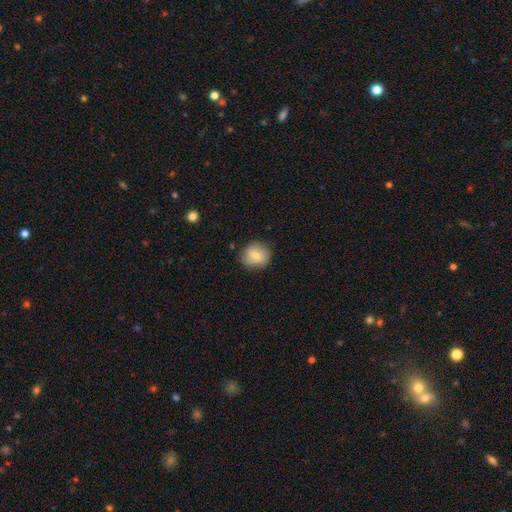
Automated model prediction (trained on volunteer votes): Smooth or featured? Predicted: smooth (p=0.76). How rounded? Predicted: round (p=0.80). Merging? Predicted: none (p=0.77).